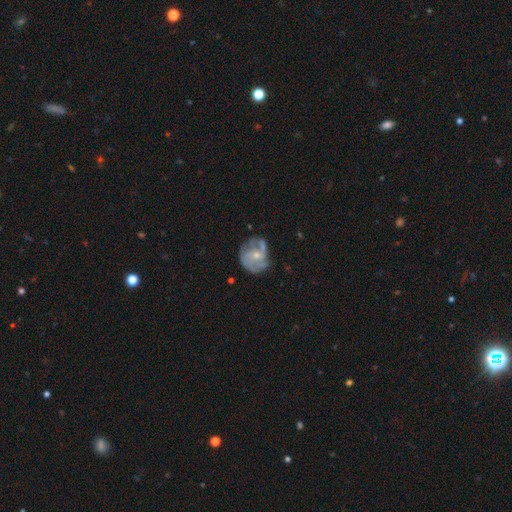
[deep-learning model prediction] Smooth or featured? Predicted: featured or disk (p=0.72). Edge-on disk? Predicted: no (p=0.98). Bar? Predicted: no (p=0.66). Spiral arms? Predicted: yes (p=0.78). Spiral winding? Predicted: medium (p=0.43). Spiral arm count? Predicted: 3 (p=0.32). Bulge size? Predicted: small (p=0.63). Merging? Predicted: none (p=0.52).